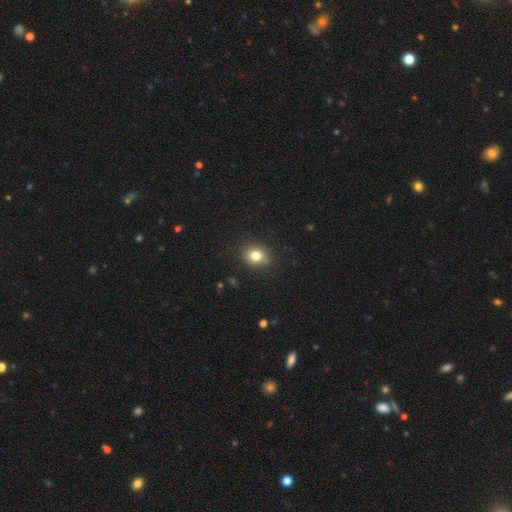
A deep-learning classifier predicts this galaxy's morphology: smooth_or_featured: smooth (p=0.79) [alt: star or artifact p=0.12]
how_rounded: round (p=0.66) [alt: in between p=0.33]
merging: none (p=0.85) [alt: minor disturbance p=0.11]